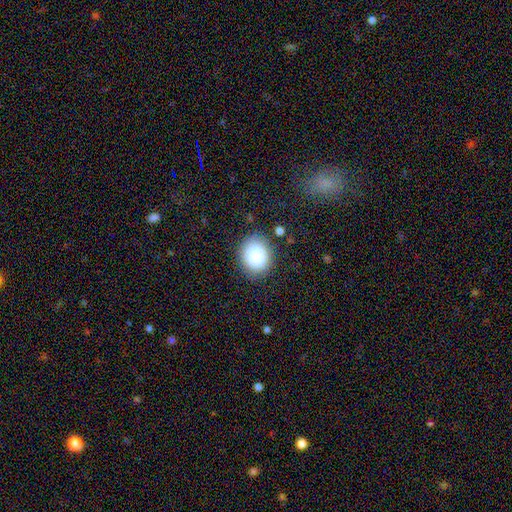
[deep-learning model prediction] smooth_or_featured: smooth (p=0.86) [alt: star or artifact p=0.09]
how_rounded: round (p=0.65) [alt: in between p=0.34]
merging: none (p=0.84) [alt: minor disturbance p=0.10]